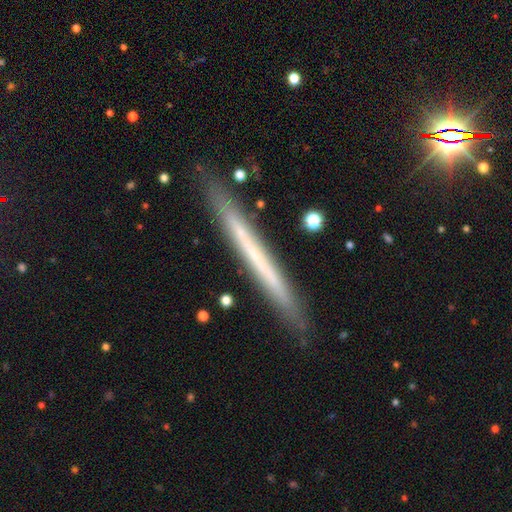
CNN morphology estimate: This appears to be a featured or disk galaxy (51%) viewed edge-on (95%). Merging: none (88%).